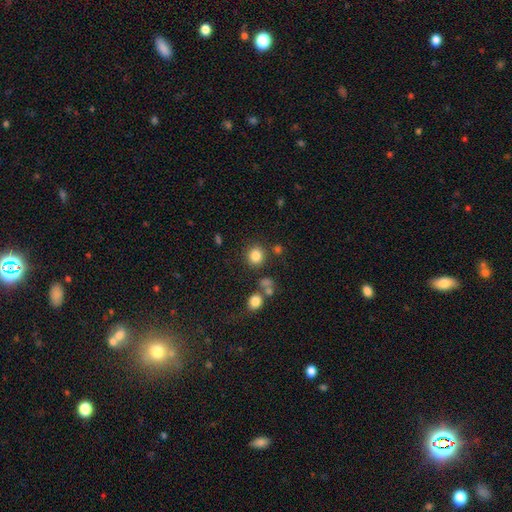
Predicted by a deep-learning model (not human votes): Smooth or featured?
  - smooth: 82% *
  - star or artifact: 12%
  - featured or disk: 6%
How rounded?
  - round: 83% *
  - in between: 16%
  - cigar-shaped: 1%
Merging?
  - none: 80% *
  - minor disturbance: 9%
  - merger: 6%
  - major disturbance: 4%